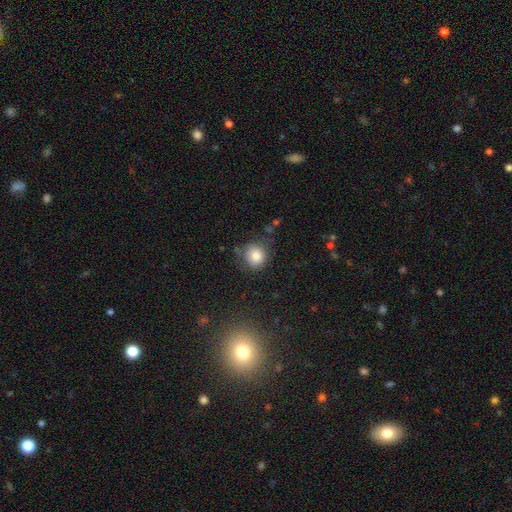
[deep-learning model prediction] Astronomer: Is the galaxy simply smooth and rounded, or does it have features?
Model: smooth — 84%.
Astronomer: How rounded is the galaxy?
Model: round — 82%.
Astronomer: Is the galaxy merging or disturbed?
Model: none — 75%.